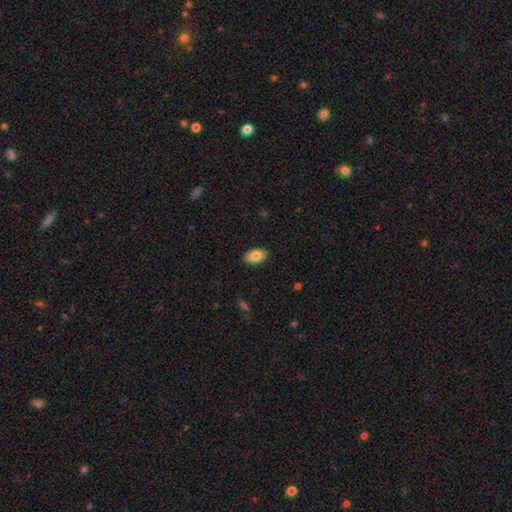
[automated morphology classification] The model was most divided on "smooth or featured": smooth: 83%, featured or disk: 10%, star or artifact: 7%. More confident: how rounded — in between (91%); merging — none (88%).